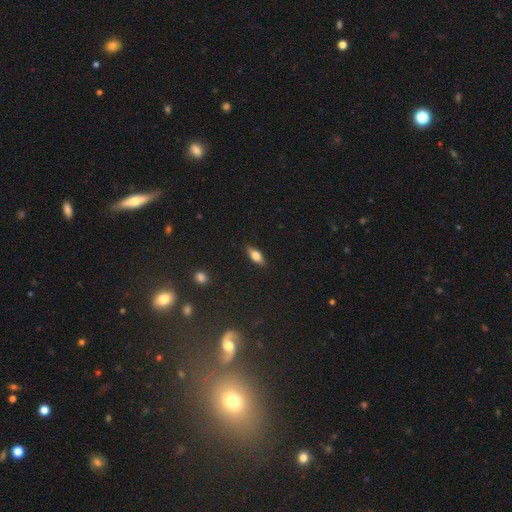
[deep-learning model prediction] This is likely a smooth galaxy (72%). How rounded: likely in between (75%). Merging: clearly none (88%).